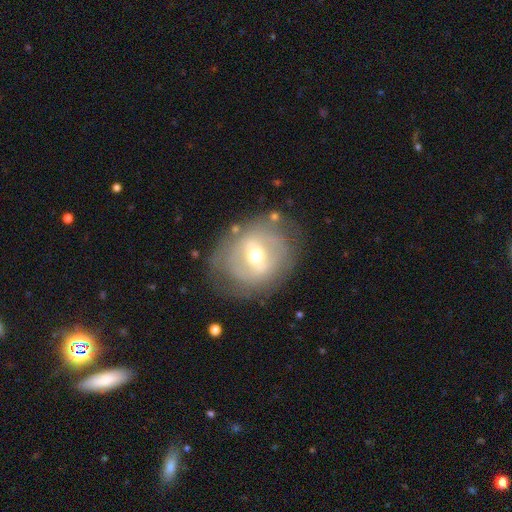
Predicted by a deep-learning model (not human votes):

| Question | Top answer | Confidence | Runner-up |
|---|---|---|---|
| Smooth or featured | featured or disk | 65% | smooth (28%) |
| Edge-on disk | no | 94% | yes (6%) |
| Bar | weak | 44% | strong (34%) |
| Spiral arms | no | 55% | yes (45%) |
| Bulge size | moderate | 60% | small (34%) |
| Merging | none | 73% | minor disturbance (16%) |